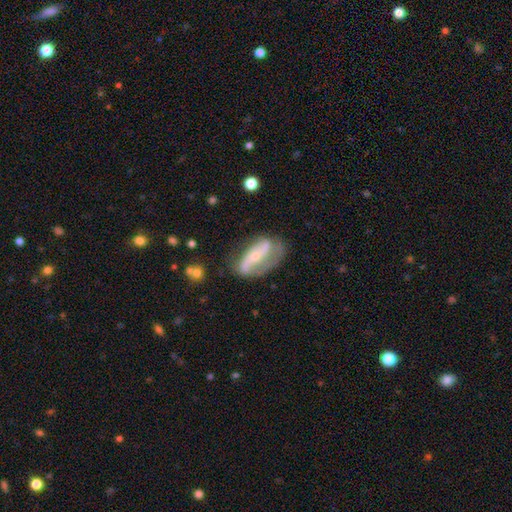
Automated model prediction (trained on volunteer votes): Smooth or featured: featured or disk — 78% (smooth — 17%)
Edge-on disk: no — 91% (yes — 9%)
Bar: strong — 42% (no — 34%)
Spiral arms: yes — 86% (no — 14%)
Spiral winding: loose — 49% (medium — 33%)
Spiral arm count: 2 — 80% (1 — 9%)
Bulge size: small — 65% (moderate — 31%)
Merging: none — 56% (minor disturbance — 25%)